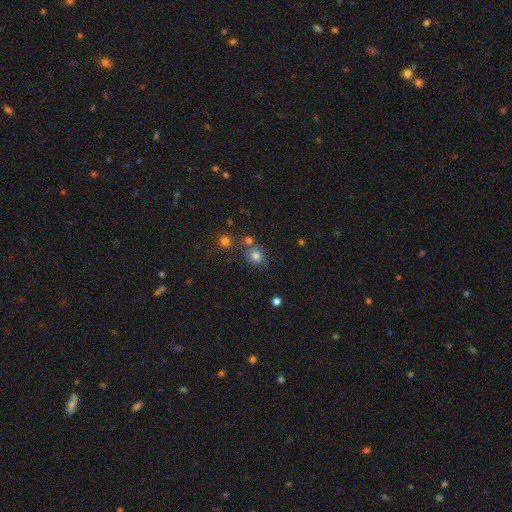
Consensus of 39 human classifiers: smooth_or_featured: smooth (p=0.90) [alt: star or artifact p=0.08]
how_rounded: round (p=0.89) [alt: in between p=0.11]
merging: none (p=0.75) [alt: minor disturbance p=0.22]